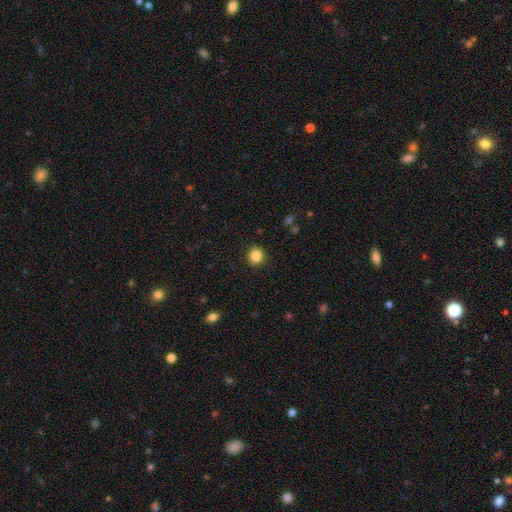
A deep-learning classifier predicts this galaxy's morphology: The model was most divided on "smooth or featured": smooth: 85%, star or artifact: 11%, featured or disk: 4%. More confident: merging — none (91%); how rounded — round (89%).